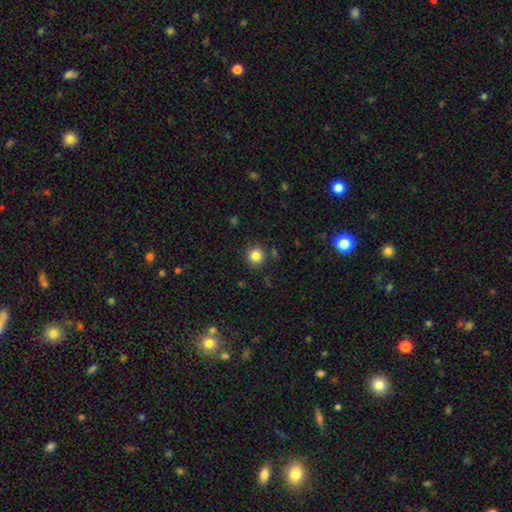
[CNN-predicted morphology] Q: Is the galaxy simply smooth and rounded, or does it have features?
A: smooth — 84%.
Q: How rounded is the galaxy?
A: round — 92%.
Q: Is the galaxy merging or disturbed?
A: none — 88%.